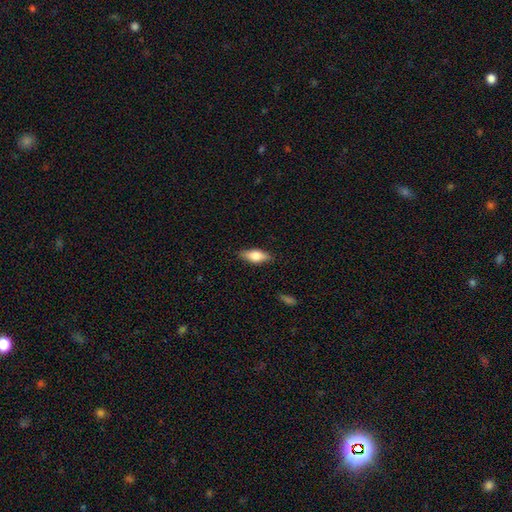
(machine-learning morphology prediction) Q: Smooth or featured?
A: smooth (68%); runner-up: featured or disk (25%)
Q: How rounded?
A: in between (76%); runner-up: cigar-shaped (21%)
Q: Merging?
A: none (85%); runner-up: minor disturbance (11%)